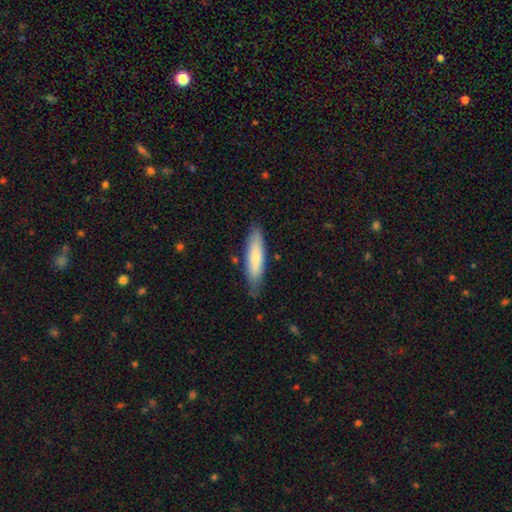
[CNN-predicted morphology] A smooth galaxy with no disk features (76%) that is cigar-shaped (75%).

Vote fractions:
- Smooth or featured? smooth: 76% / featured or disk: 18% / star or artifact: 5%
- How rounded? cigar-shaped: 75% / in between: 24% / round: 1%
- Merging? none: 81% / minor disturbance: 15% / major disturbance: 2% / merger: 2%